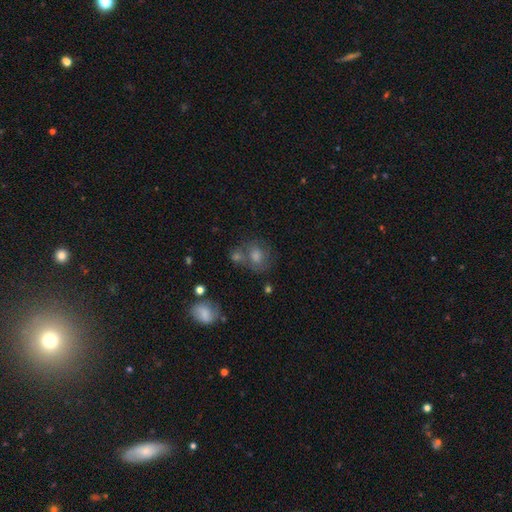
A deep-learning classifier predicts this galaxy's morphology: Q: Smooth or featured?
A: smooth (55%); runner-up: featured or disk (24%)
Q: How rounded?
A: round (65%); runner-up: in between (34%)
Q: Merging?
A: none (57%); runner-up: merger (21%)